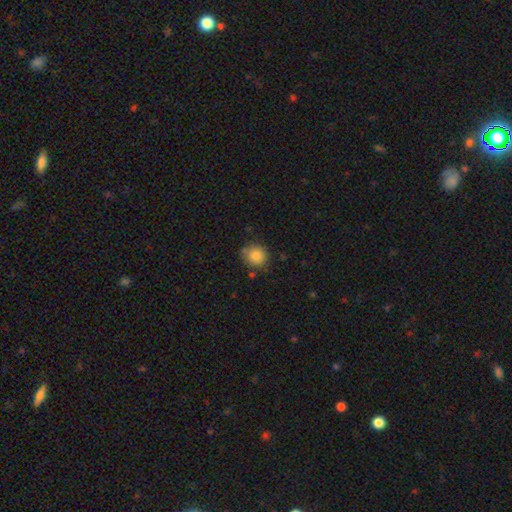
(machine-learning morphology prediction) Smooth or featured? smooth (84%)
How rounded? round (78%)
Merging? none (74%)